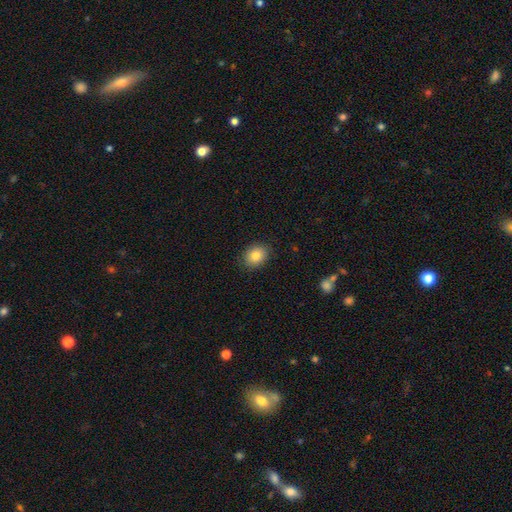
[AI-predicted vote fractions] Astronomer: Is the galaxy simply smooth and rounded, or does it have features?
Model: smooth — 84%.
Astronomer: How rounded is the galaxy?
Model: in between — 56% (runner-up: round, 43%).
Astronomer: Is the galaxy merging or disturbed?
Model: none — 87%.